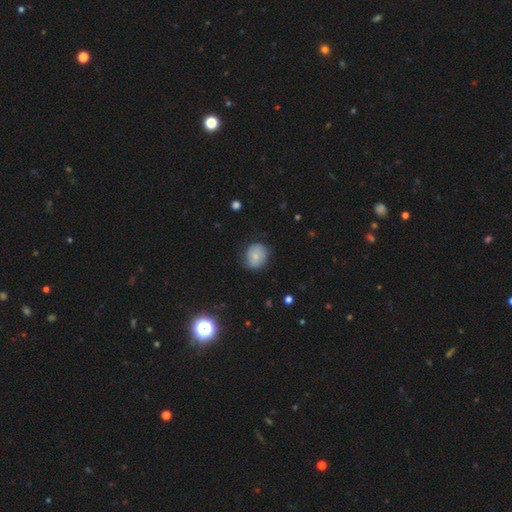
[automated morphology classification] smooth 74%, featured or disk 17%, star or artifact 9%. Down the decision tree: how rounded — round (69%); merging — none (73%).